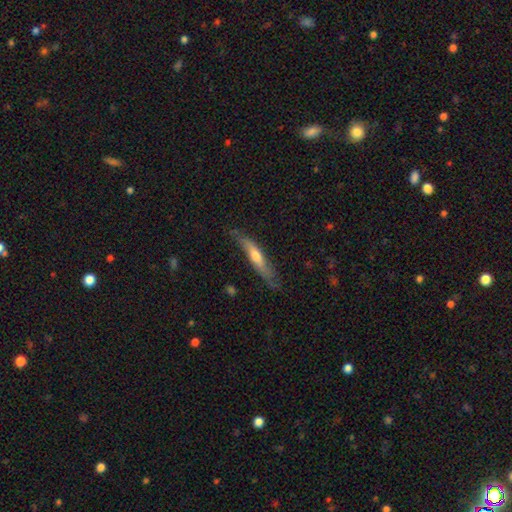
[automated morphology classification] featured or disk 50%, smooth 45%, star or artifact 6%. Down the decision tree: merging — none (69%).